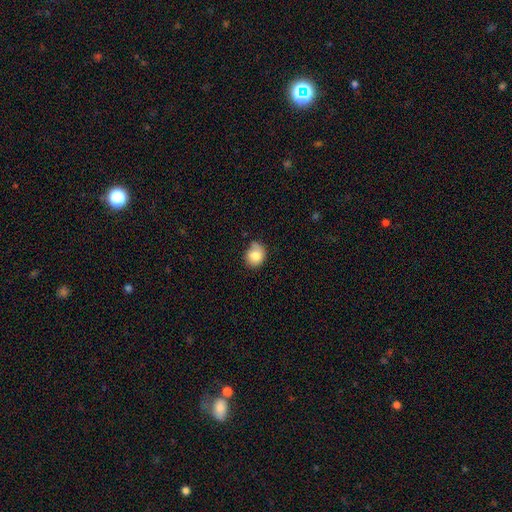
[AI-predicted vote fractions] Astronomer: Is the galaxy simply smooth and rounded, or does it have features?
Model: smooth — 79%.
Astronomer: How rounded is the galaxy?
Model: round — 64%.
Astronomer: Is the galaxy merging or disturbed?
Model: none — 56%.